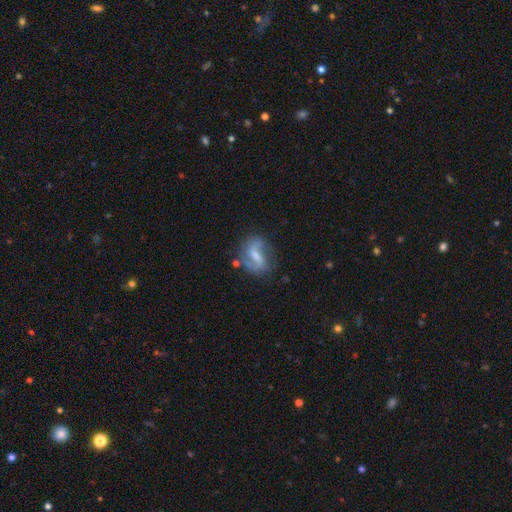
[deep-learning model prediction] Smooth or featured? featured or disk (77%)
Edge-on disk? no (97%)
Bar? weak (49%)
Spiral arms? yes (91%)
Spiral winding? loose (44%)
Spiral arm count? 2 (86%)
Bulge size? small (38%)
Merging? none (67%)